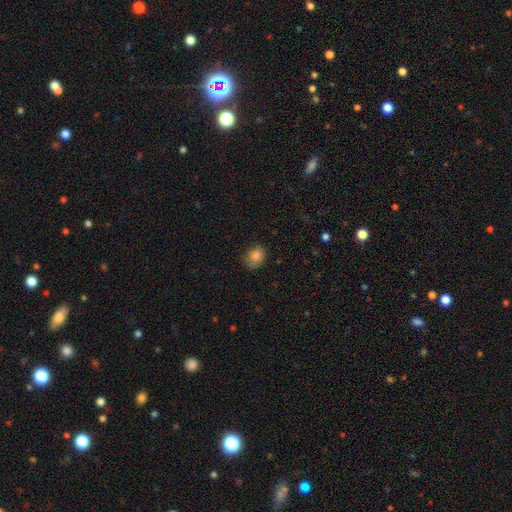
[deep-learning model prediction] smooth 83%, star or artifact 10%, featured or disk 7%. Down the decision tree: how rounded — round (55%); merging — none (70%).